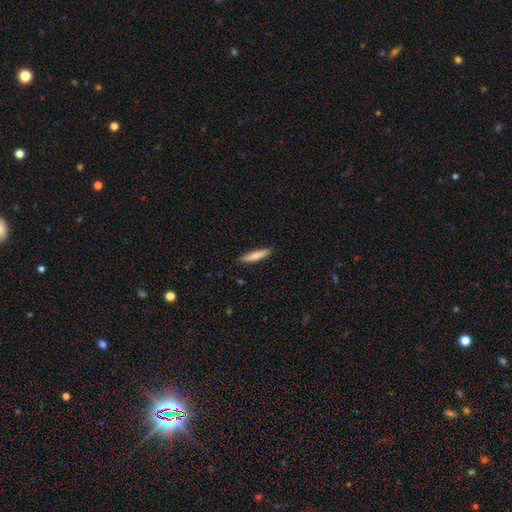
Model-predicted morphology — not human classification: This appears to be a smooth galaxy with no disk features (76%) that is cigar-shaped (84%). Merging: none (89%).